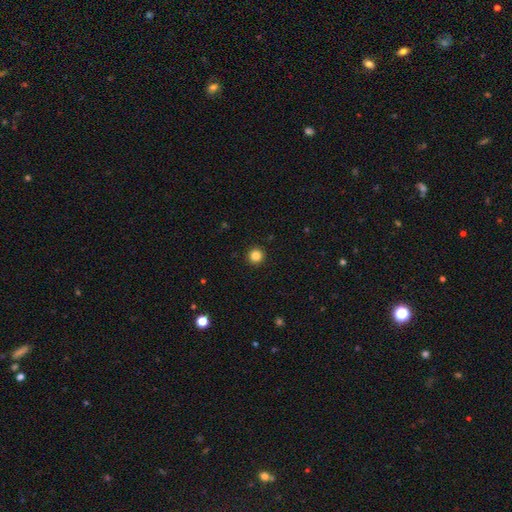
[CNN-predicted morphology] Smooth or featured? Predicted: smooth (p=0.84). How rounded? Predicted: round (p=0.96). Merging? Predicted: none (p=0.93).